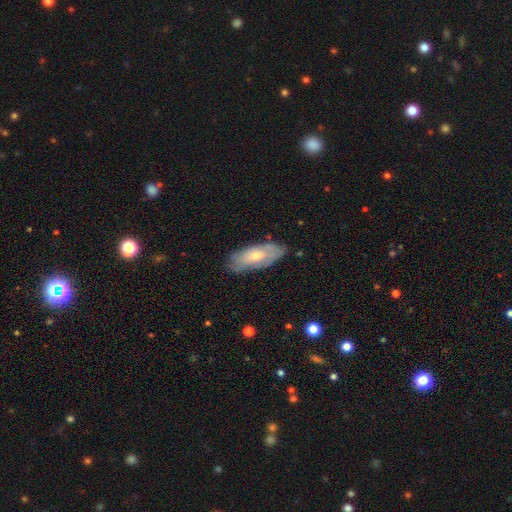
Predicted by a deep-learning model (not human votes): This is possibly a smooth galaxy (54%). How rounded: likely in between (79%). Merging: likely none (75%).